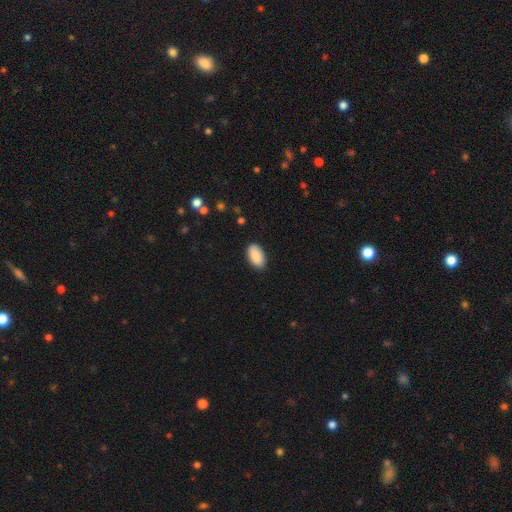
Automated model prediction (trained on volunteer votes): Smooth or featured: smooth — 90% (star or artifact — 6%)
How rounded: in between — 95% (round — 3%)
Merging: none — 88% (minor disturbance — 9%)